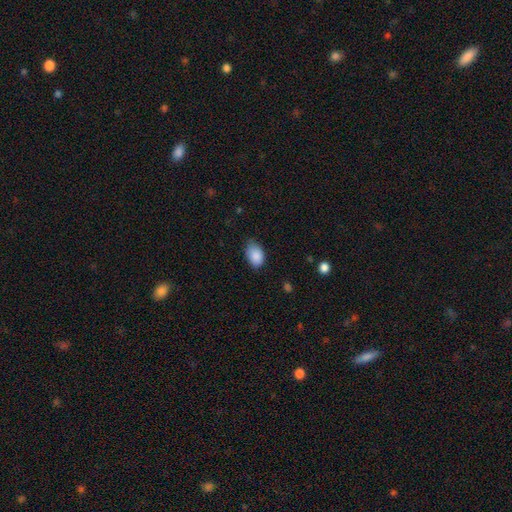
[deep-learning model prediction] Q: Smooth or featured?
A: smooth (88%); runner-up: star or artifact (7%)
Q: How rounded?
A: in between (88%); runner-up: round (11%)
Q: Merging?
A: none (64%); runner-up: minor disturbance (30%)